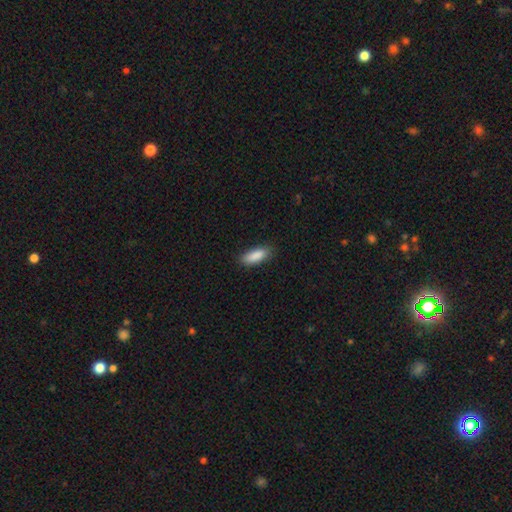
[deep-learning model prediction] The model was most divided on "how rounded": in between: 67%, cigar-shaped: 31%, round: 2%. More confident: smooth or featured — smooth (89%); merging — none (85%).